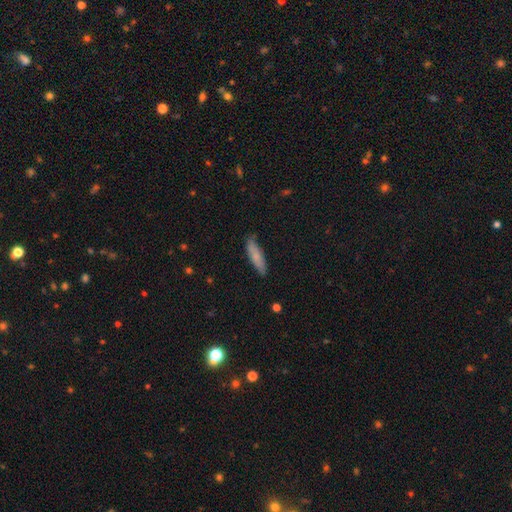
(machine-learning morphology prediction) This is likely a smooth galaxy (78%). How rounded: likely cigar-shaped (74%). Merging: clearly none (82%).